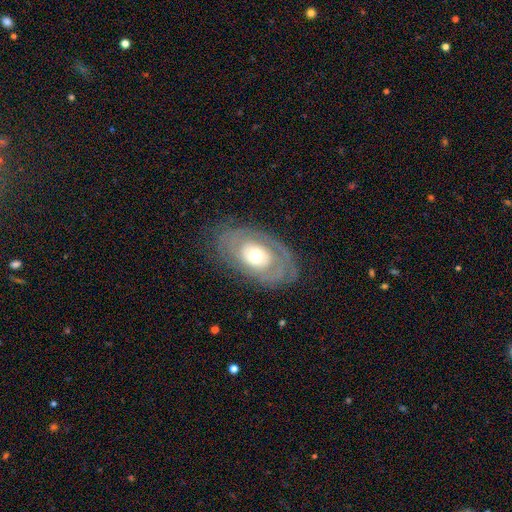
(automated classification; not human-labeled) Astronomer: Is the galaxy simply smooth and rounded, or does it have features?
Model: featured or disk — 66%.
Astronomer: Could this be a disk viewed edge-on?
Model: no — 92%.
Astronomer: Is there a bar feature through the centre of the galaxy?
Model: no — 85%.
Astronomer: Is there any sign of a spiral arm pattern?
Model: no — 51% (runner-up: yes, 49%).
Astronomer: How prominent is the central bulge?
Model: moderate — 66%.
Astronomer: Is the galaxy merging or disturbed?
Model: none — 76%.